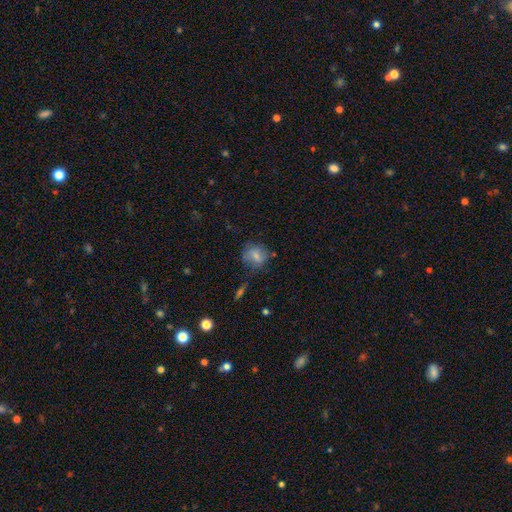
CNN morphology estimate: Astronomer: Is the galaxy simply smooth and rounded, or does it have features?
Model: smooth — 72%.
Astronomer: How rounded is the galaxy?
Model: round — 66%.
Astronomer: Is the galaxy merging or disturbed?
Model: none — 61%.